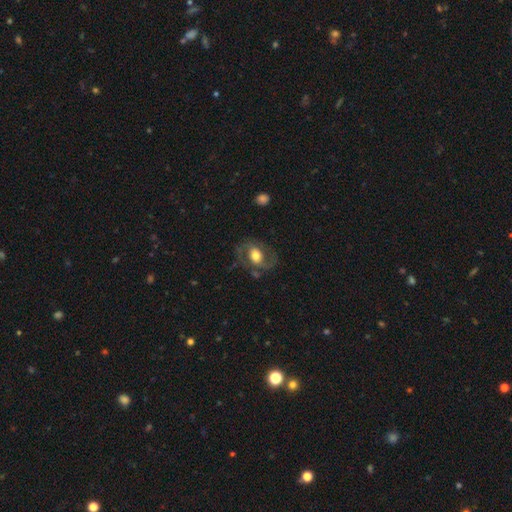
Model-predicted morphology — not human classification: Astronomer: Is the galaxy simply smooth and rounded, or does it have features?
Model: featured or disk — 65%.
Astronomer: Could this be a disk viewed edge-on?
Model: no — 96%.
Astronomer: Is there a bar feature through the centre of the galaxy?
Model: no — 52% (runner-up: weak, 34%).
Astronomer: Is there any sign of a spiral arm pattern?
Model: yes — 80%.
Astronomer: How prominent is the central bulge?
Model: moderate — 57%.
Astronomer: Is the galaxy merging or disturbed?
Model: none — 64%.